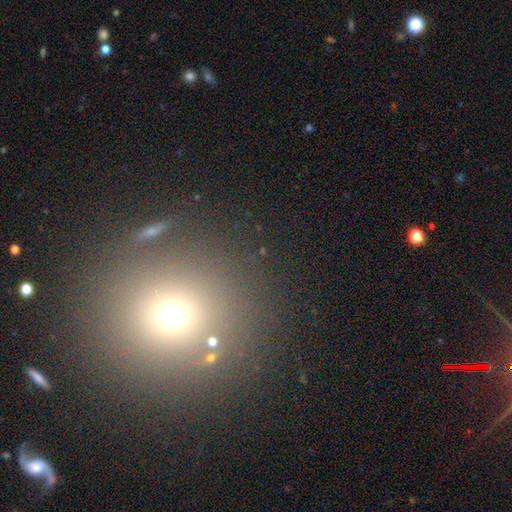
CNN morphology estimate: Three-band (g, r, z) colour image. It shows a smooth galaxy with no disk features (54%) that is round (90%). Merging: none (83%).